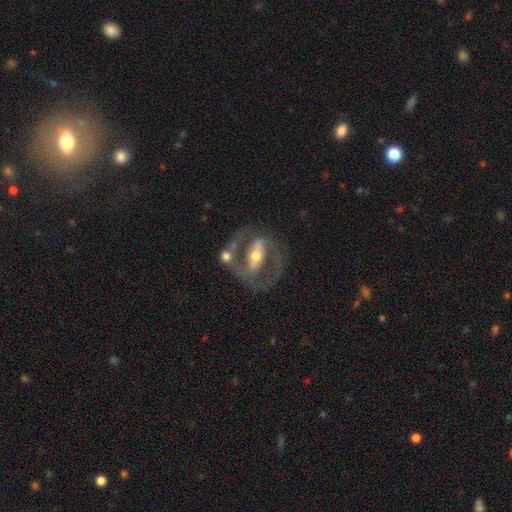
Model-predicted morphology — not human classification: Overall: featured or disk (82%). Edge-on disk: no (94%). Bar: strong (53%; weak 27%). Spiral arms: yes (73%). Spiral arm count: 2 (80%). Spiral winding: medium (50%; tight 32%). Bulge size: moderate (64%; small 27%). Merging: none (52%; major disturbance 16%).